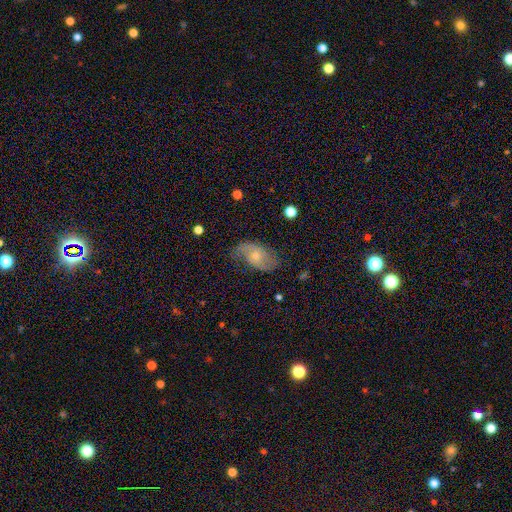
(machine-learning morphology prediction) smooth-or-featured: featured or disk: 52% | smooth: 40% | star or artifact: 8%
  disk-edge-on: no: 94% | yes: 6%
  merging: none: 62% | minor disturbance: 25% | major disturbance: 11% | merger: 2%